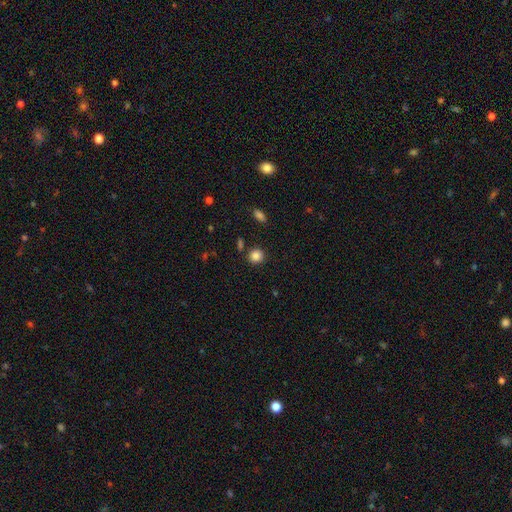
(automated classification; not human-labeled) This is clearly a smooth galaxy (86%). How rounded: clearly round (88%). Merging: clearly none (86%).